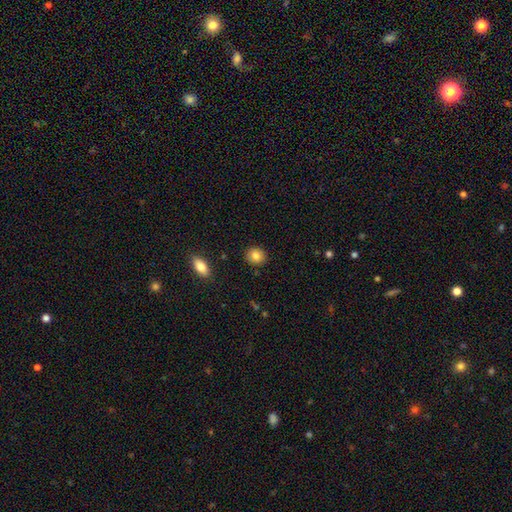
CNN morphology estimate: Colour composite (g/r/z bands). It shows a smooth galaxy with no disk features (84%) that is round (77%). Merging: none (89%).